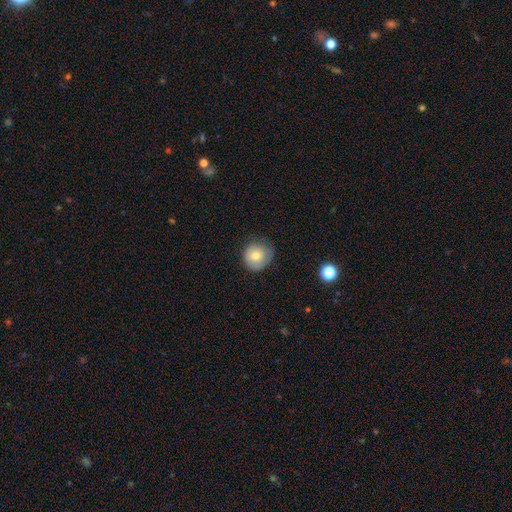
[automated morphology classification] Smooth or featured? smooth (70%)
How rounded? round (87%)
Merging? none (67%)